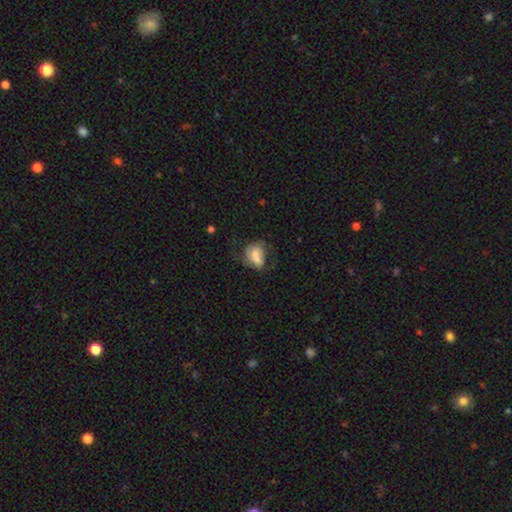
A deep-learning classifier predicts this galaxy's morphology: Smooth or featured? smooth (58%)
How rounded? in between (59%)
Merging? none (35%)